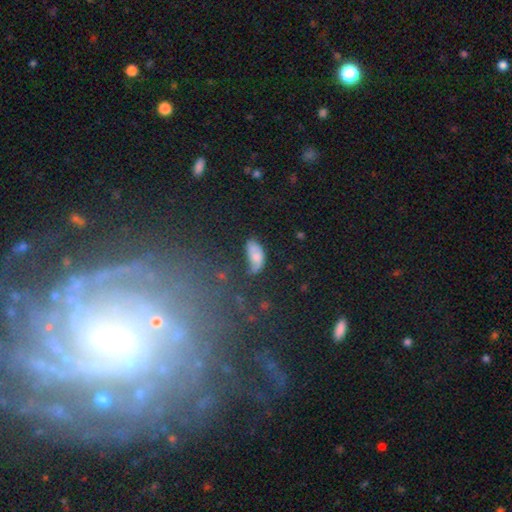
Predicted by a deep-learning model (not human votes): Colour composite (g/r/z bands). It shows a smooth galaxy with no disk features (67%) that is in between round and cigar-shaped (88%). Merging: none (37%).